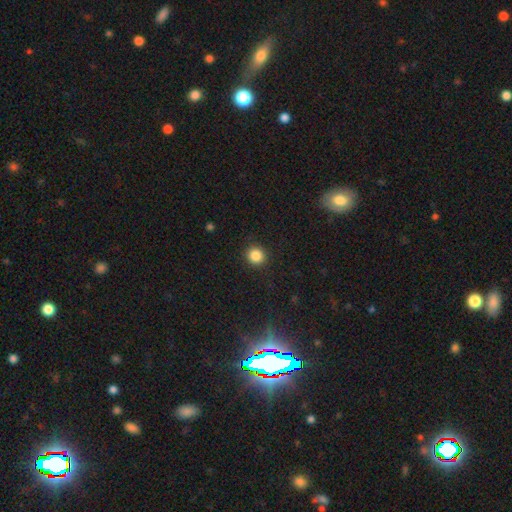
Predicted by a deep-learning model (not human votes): A smooth galaxy with no disk features (86%) that is round (92%).

Vote fractions:
- Smooth or featured? smooth: 86% / star or artifact: 11% / featured or disk: 3%
- How rounded? round: 92% / in between: 7% / cigar-shaped: 1%
- Merging? none: 92% / minor disturbance: 5% / major disturbance: 2% / merger: 1%